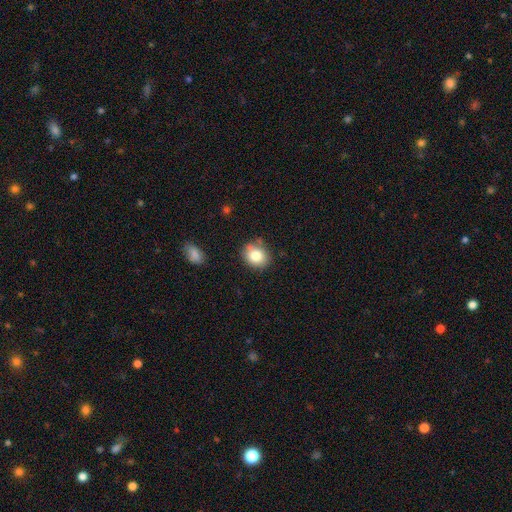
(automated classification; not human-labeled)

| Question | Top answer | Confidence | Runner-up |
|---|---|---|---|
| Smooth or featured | smooth | 81% | featured or disk (10%) |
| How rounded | round | 64% | in between (35%) |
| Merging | none | 75% | minor disturbance (16%) |